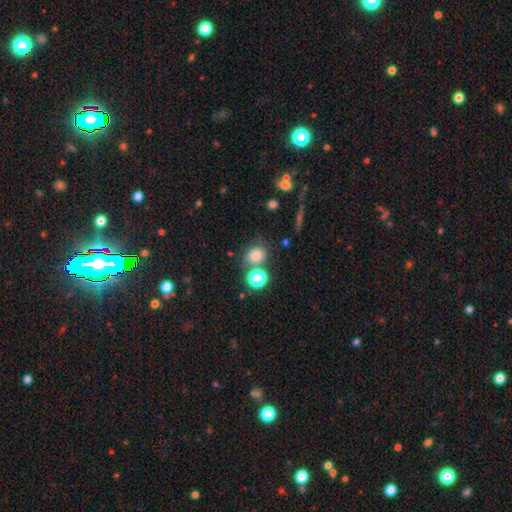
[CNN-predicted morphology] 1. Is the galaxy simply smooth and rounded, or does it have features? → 77% smooth, 15% star or artifact, 8% featured or disk.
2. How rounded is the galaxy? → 68% round, 31% in between, 1% cigar-shaped.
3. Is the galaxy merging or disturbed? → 62% none, 19% merger, 13% minor disturbance, 5% major disturbance.